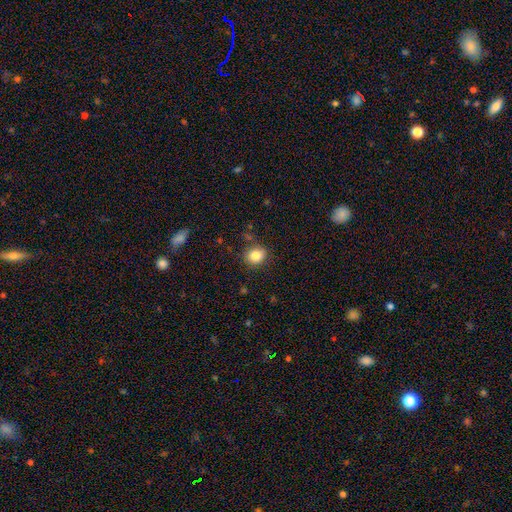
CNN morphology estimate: smooth_or_featured: smooth (p=0.84) [alt: star or artifact p=0.10]
how_rounded: round (p=0.64) [alt: in between p=0.35]
merging: none (p=0.83) [alt: minor disturbance p=0.12]